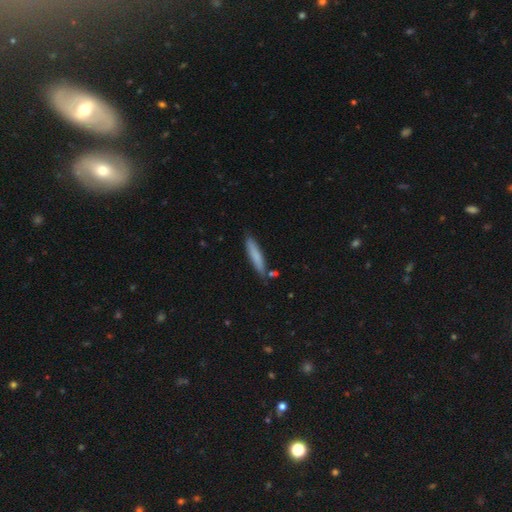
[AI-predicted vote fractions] Smooth or featured?
  - smooth: 78% *
  - featured or disk: 16%
  - star or artifact: 6%
How rounded?
  - cigar-shaped: 90% *
  - in between: 9%
  - round: 1%
Merging?
  - none: 81% *
  - minor disturbance: 13%
  - merger: 4%
  - major disturbance: 2%